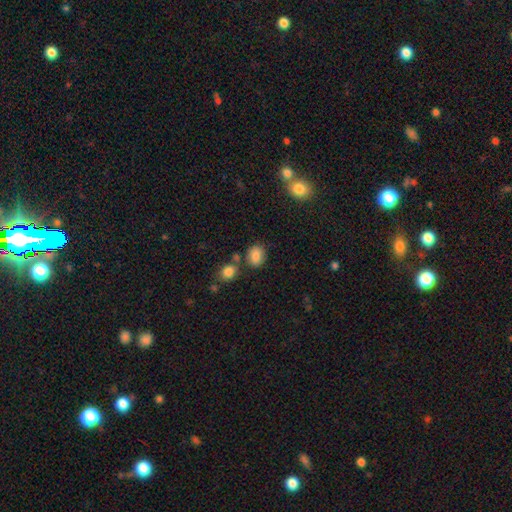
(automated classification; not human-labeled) Overall: smooth (84%). How rounded: in between (51%; round 48%). Merging: none (73%).